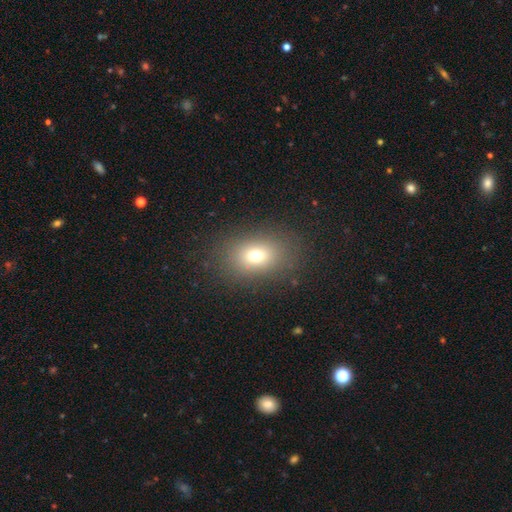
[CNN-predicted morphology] Q: Smooth or featured?
A: smooth (72%); runner-up: star or artifact (16%)
Q: How rounded?
A: in between (71%); runner-up: round (28%)
Q: Merging?
A: none (85%); runner-up: minor disturbance (9%)